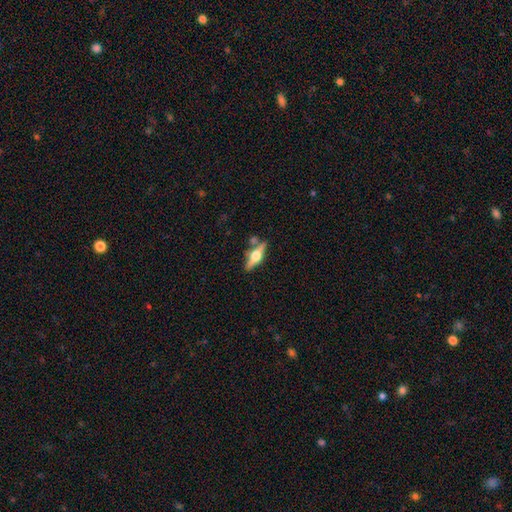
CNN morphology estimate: smooth_or_featured: featured or disk (p=0.74) [alt: smooth p=0.19]
disk_edge_on: yes (p=0.96) [alt: no p=0.04]
edge_on_bulge: rounded (p=0.96) [alt: boxy p=0.03]
merging: none (p=0.76) [alt: minor disturbance p=0.11]